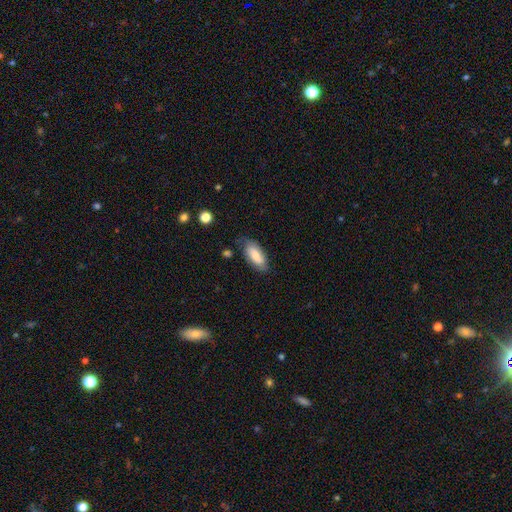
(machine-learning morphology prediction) The model was most divided on "merging": none: 71%, minor disturbance: 21%, major disturbance: 5%, merger: 2%. More confident: how rounded — in between (86%); smooth or featured — smooth (76%).